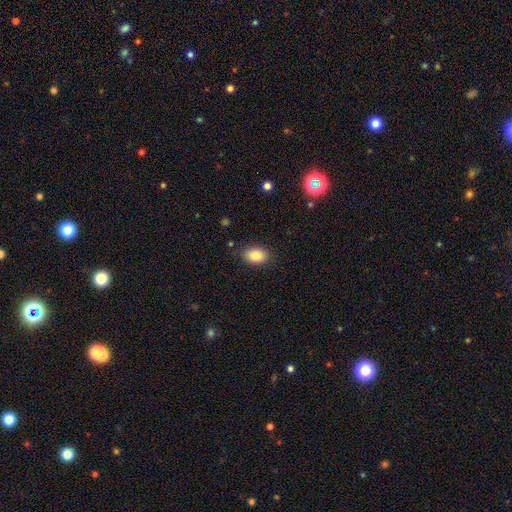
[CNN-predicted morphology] smooth_or_featured: smooth (p=0.85) [alt: star or artifact p=0.08]
how_rounded: in between (p=0.82) [alt: round p=0.17]
merging: none (p=0.84) [alt: minor disturbance p=0.12]